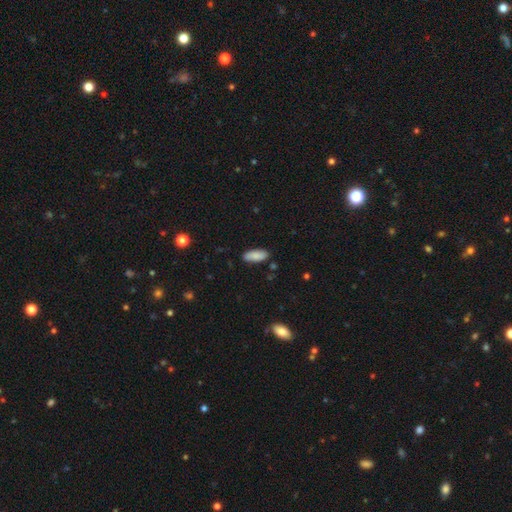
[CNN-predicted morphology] A smooth galaxy with no disk features (87%) that is in between round and cigar-shaped (78%).

Vote fractions:
- Smooth or featured? smooth: 87% / featured or disk: 7% / star or artifact: 6%
- How rounded? in between: 78% / cigar-shaped: 20% / round: 2%
- Merging? none: 86% / minor disturbance: 10% / major disturbance: 2% / merger: 2%